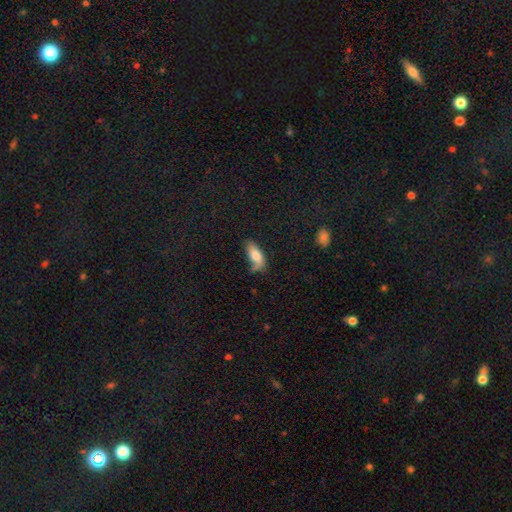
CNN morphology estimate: smooth 72%, featured or disk 20%, star or artifact 8%. Down the decision tree: how rounded — in between (82%); merging — none (45%).